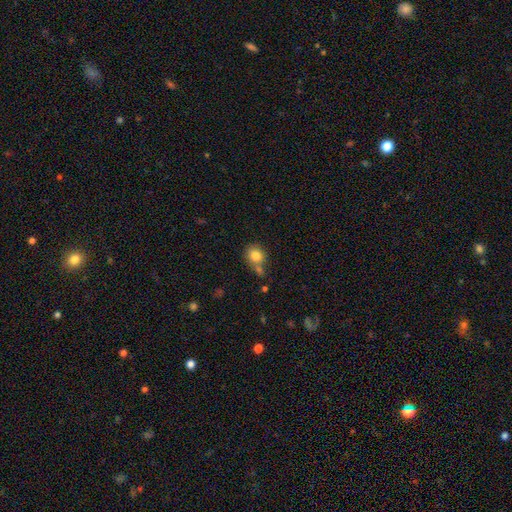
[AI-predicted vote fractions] Smooth or featured: smooth — 81% (star or artifact — 10%)
How rounded: round — 73% (in between — 26%)
Merging: none — 55% (merger — 25%)